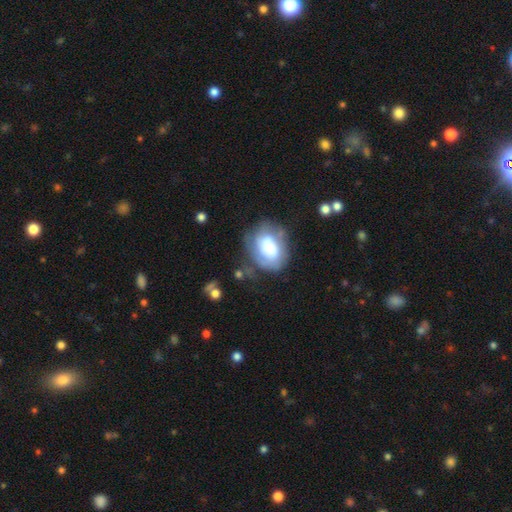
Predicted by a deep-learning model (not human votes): The model was most divided on "smooth or featured": featured or disk: 48%, smooth: 41%, star or artifact: 11%. More confident: merging — none (59%).